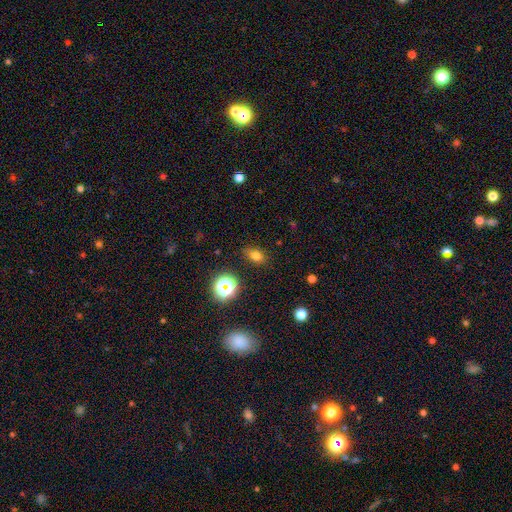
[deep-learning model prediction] smooth-or-featured: smooth: 73% | star or artifact: 19% | featured or disk: 8%
  how-rounded: in between: 69% | round: 28% | cigar-shaped: 2%
  merging: none: 82% | minor disturbance: 13% | major disturbance: 4% | merger: 2%